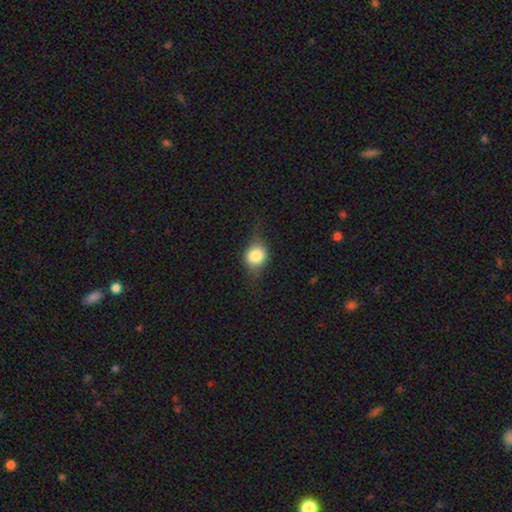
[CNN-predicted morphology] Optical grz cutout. It shows a smooth galaxy with no disk features (59%) that is round (62%). Merging: none (65%).